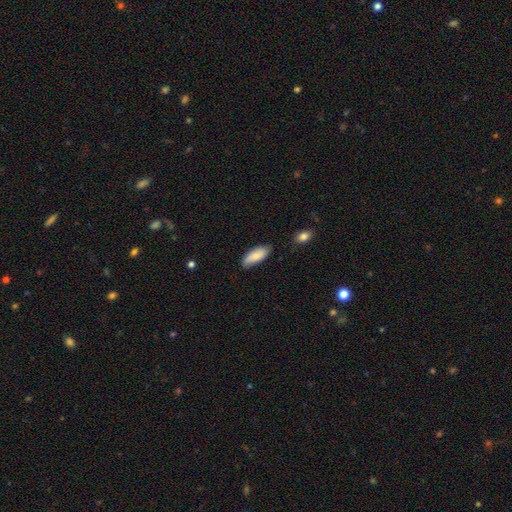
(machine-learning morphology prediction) Smooth or featured?
  - smooth: 83% *
  - featured or disk: 11%
  - star or artifact: 6%
How rounded?
  - in between: 77% *
  - cigar-shaped: 21%
  - round: 2%
Merging?
  - none: 77% *
  - minor disturbance: 18%
  - major disturbance: 3%
  - merger: 2%